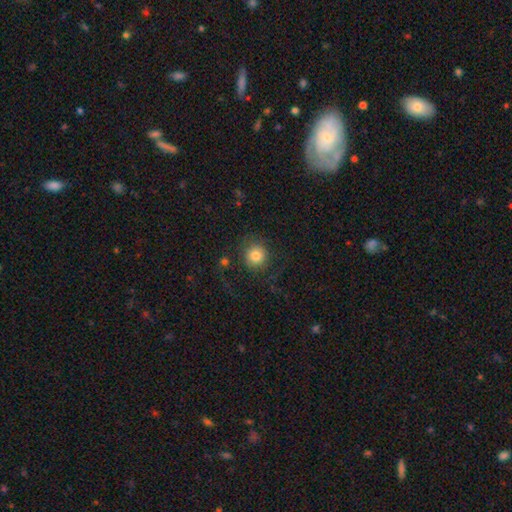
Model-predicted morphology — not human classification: Smooth or featured: smooth — 80% (featured or disk — 11%)
How rounded: round — 92% (in between — 7%)
Merging: none — 74% (major disturbance — 12%)